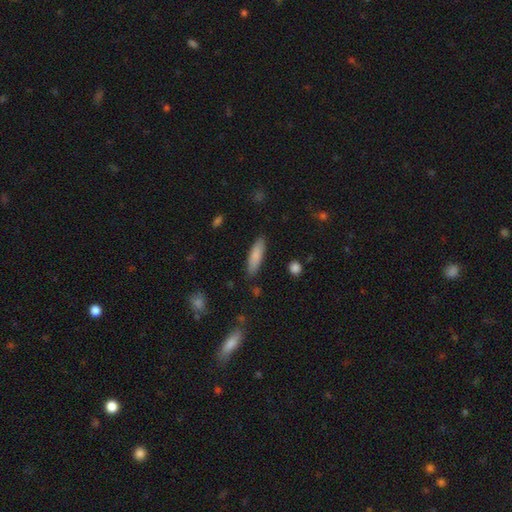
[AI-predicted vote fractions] This appears to be a smooth galaxy with no disk features (83%) that is cigar-shaped (60%). Merging: none (87%).